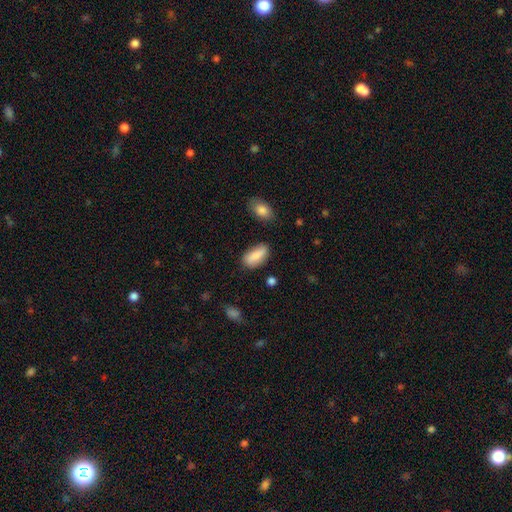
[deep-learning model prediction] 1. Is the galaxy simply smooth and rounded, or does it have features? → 84% smooth, 9% featured or disk, 7% star or artifact.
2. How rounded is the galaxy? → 86% in between, 11% cigar-shaped, 3% round.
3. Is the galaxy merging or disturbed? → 74% none, 18% minor disturbance, 4% major disturbance, 3% merger.